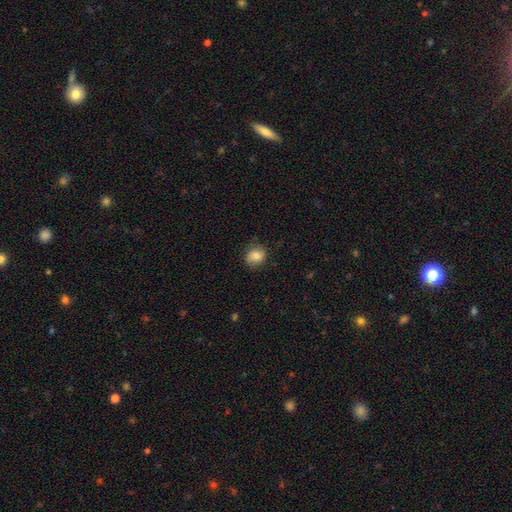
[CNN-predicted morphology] Smooth or featured?
  - smooth: 77% *
  - featured or disk: 15%
  - star or artifact: 9%
How rounded?
  - round: 62% *
  - in between: 37%
  - cigar-shaped: 1%
Merging?
  - none: 77% *
  - minor disturbance: 17%
  - major disturbance: 4%
  - merger: 1%